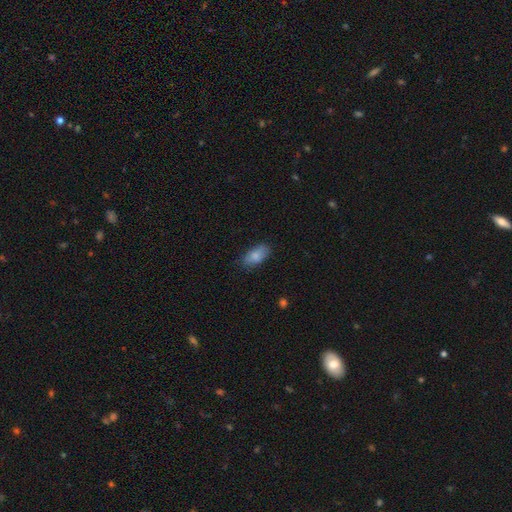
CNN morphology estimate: A smooth galaxy with no disk features (83%) that is in between round and cigar-shaped (91%).

Vote fractions:
- Smooth or featured? smooth: 83% / featured or disk: 10% / star or artifact: 7%
- How rounded? in between: 91% / cigar-shaped: 6% / round: 4%
- Merging? none: 78% / minor disturbance: 17% / major disturbance: 4% / merger: 1%